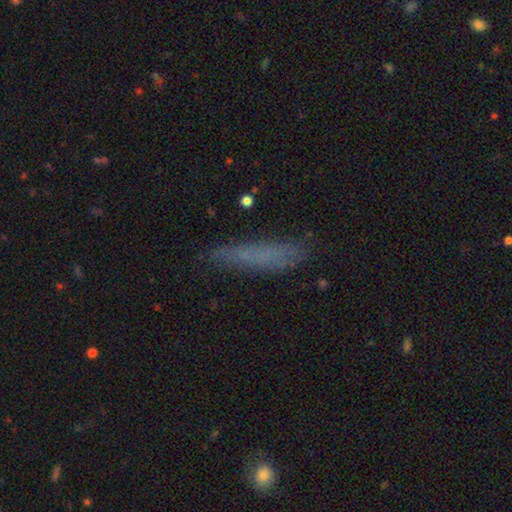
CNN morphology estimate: A smooth galaxy with no disk features (62%) that is cigar-shaped (88%).

Vote fractions:
- Smooth or featured? smooth: 62% / featured or disk: 24% / star or artifact: 13%
- How rounded? cigar-shaped: 88% / in between: 11% / round: 2%
- Merging? none: 76% / minor disturbance: 17% / major disturbance: 5% / merger: 2%